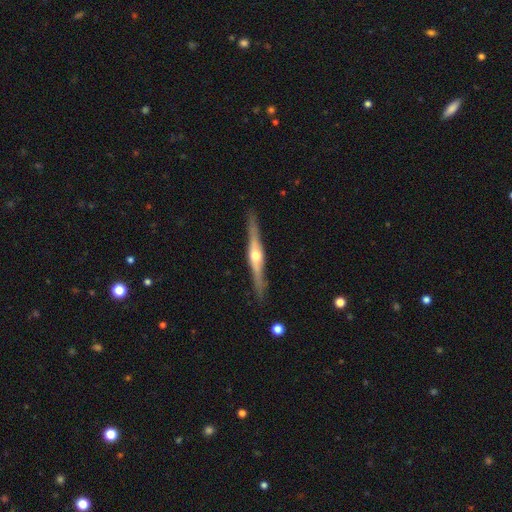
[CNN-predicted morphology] This appears to be a featured or disk galaxy (79%) viewed edge-on (98%) with a rounded central bulge (93%). Merging: none (89%).